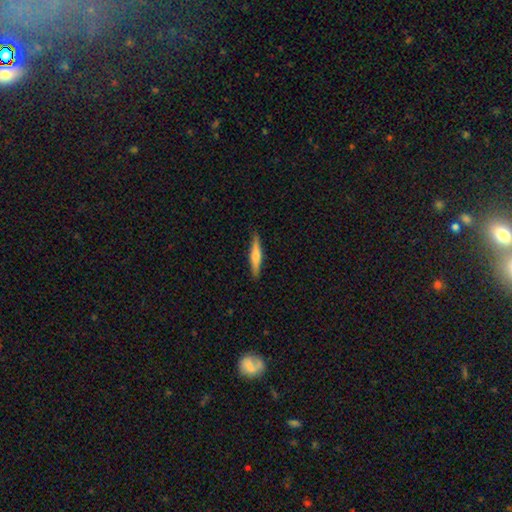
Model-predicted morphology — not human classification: A smooth galaxy with no disk features (53%) that is cigar-shaped (87%).

Vote fractions:
- Smooth or featured? smooth: 53% / featured or disk: 41% / star or artifact: 6%
- How rounded? cigar-shaped: 87% / in between: 12% / round: 2%
- Merging? none: 88% / minor disturbance: 9% / major disturbance: 2% / merger: 1%